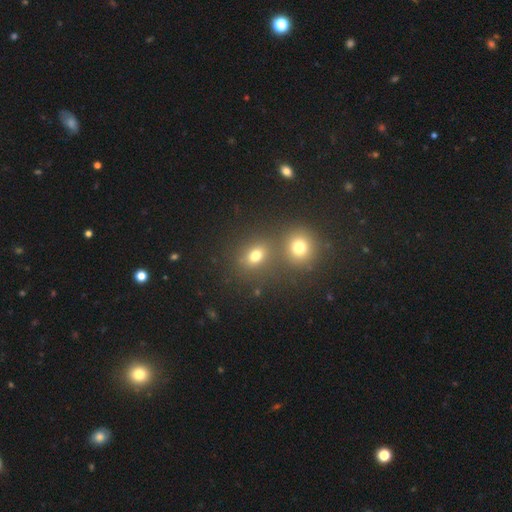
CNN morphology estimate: This is likely a smooth galaxy (72%). How rounded: likely round (64%). Merging: possibly none (58%).